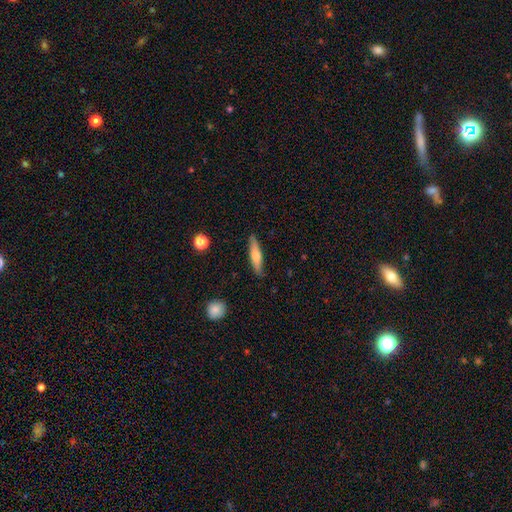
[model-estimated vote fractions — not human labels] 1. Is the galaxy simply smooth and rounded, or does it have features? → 59% smooth, 35% featured or disk, 6% star or artifact.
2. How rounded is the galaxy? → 81% cigar-shaped, 17% in between, 2% round.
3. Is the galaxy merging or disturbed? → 88% none, 9% minor disturbance, 2% major disturbance, 1% merger.